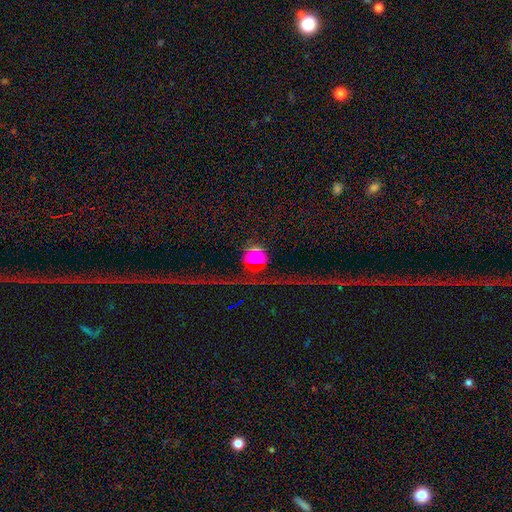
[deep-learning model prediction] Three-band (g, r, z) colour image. It shows a star or artifact, not a galaxy (62%).